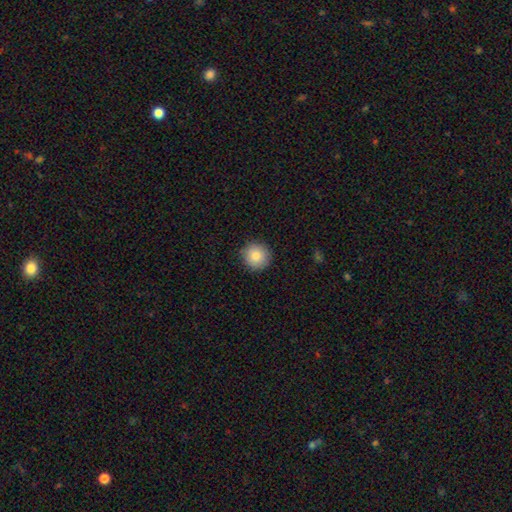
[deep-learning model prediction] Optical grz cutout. It shows a smooth galaxy with no disk features (83%) that is round (95%). Merging: none (90%).